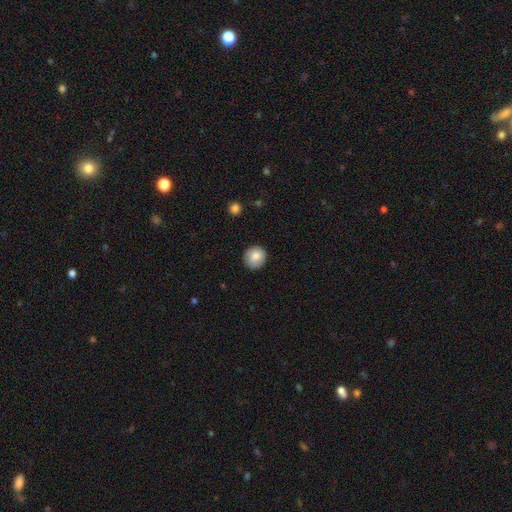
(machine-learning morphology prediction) smooth 79%, featured or disk 13%, star or artifact 8%. Down the decision tree: how rounded — round (89%); merging — none (86%).